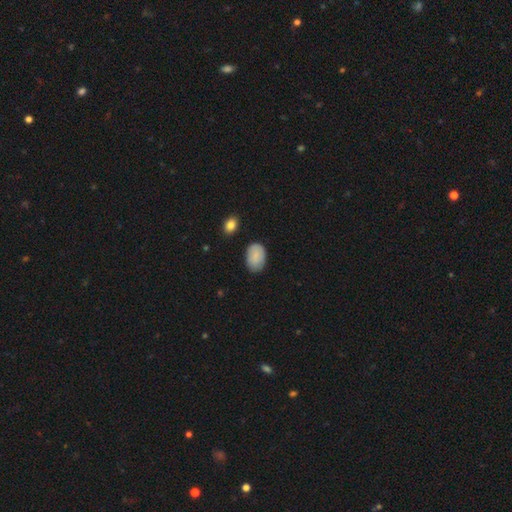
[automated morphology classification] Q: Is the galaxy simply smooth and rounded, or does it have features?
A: smooth — 87%.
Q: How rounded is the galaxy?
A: in between — 86%.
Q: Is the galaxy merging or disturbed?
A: none — 77%.